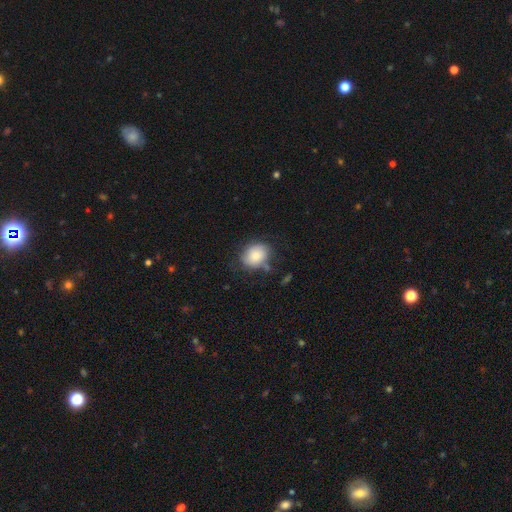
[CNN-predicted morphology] smooth_or_featured: smooth (p=0.78) [alt: featured or disk p=0.14]
how_rounded: round (p=0.52) [alt: in between p=0.47]
merging: none (p=0.69) [alt: minor disturbance p=0.20]